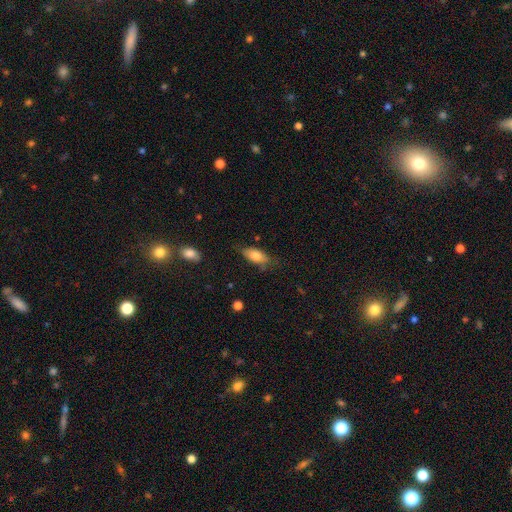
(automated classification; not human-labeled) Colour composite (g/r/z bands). It shows a smooth galaxy with no disk features (77%) that is in between round and cigar-shaped (82%). Merging: none (67%).